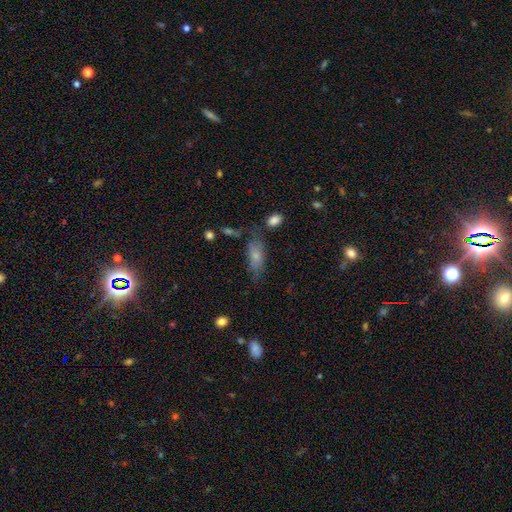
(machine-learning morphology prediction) smooth-or-featured: smooth: 70% | featured or disk: 21% | star or artifact: 9%
  how-rounded: in between: 75% | cigar-shaped: 22% | round: 3%
  merging: none: 54% | minor disturbance: 27% | major disturbance: 12% | merger: 7%